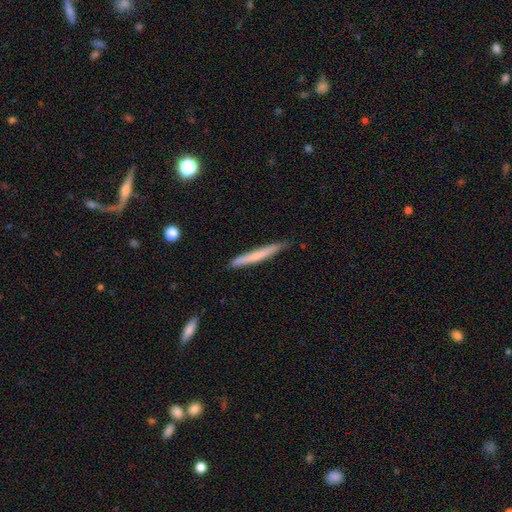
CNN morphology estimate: This is likely a smooth galaxy (63%). How rounded: clearly cigar-shaped (96%). Merging: clearly none (84%).